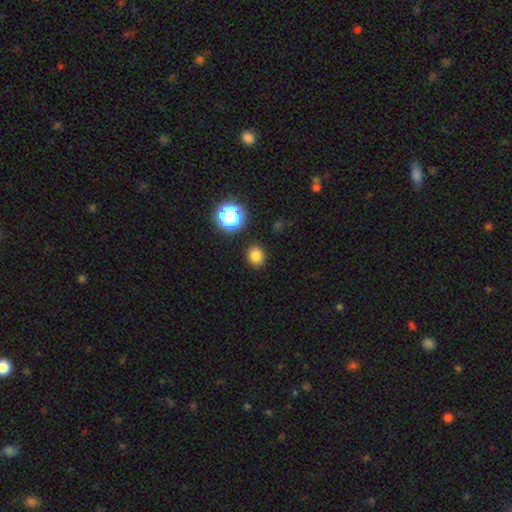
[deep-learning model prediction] smooth 80%, star or artifact 14%, featured or disk 6%. Down the decision tree: how rounded — round (72%); merging — none (89%).